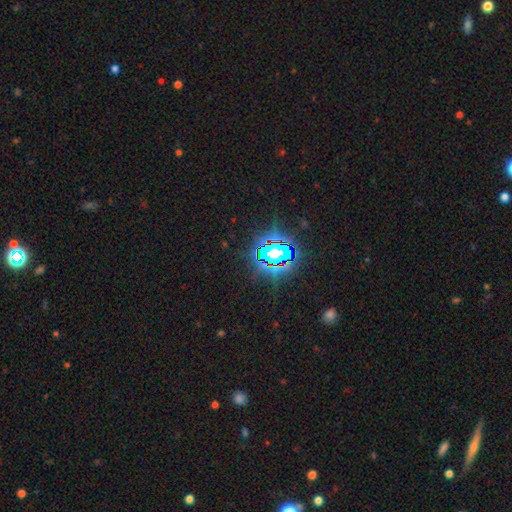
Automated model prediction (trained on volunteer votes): This appears to be a star or artifact, not a galaxy (80%).